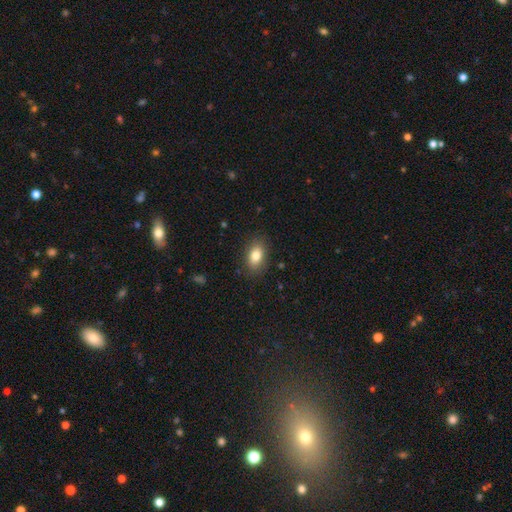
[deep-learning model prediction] Overall: smooth (81%). How rounded: in between (86%). Merging: none (86%).